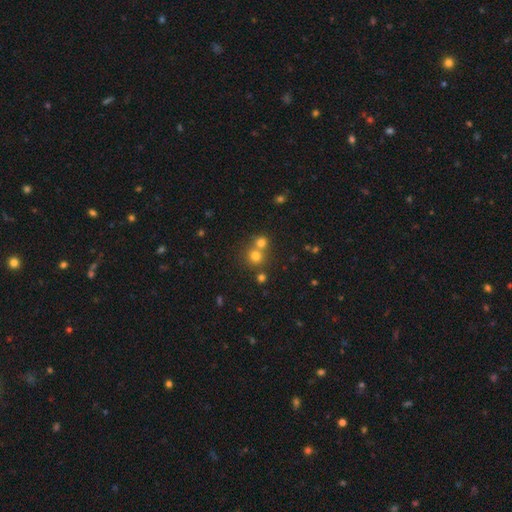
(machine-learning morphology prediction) Smooth or featured? smooth (73%)
How rounded? round (89%)
Merging? none (51%)